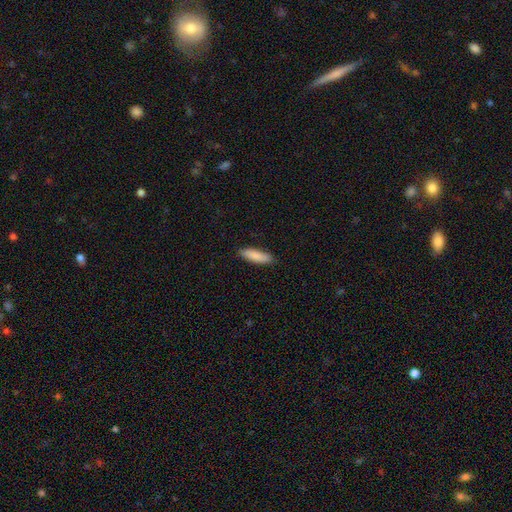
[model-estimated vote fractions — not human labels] This is clearly a smooth galaxy (88%). How rounded: possibly cigar-shaped (58%). Merging: clearly none (88%).